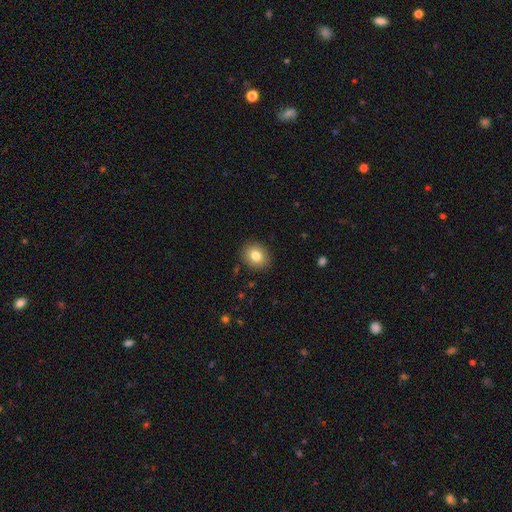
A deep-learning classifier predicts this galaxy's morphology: Overall: smooth (81%). How rounded: round (64%; in between 35%). Merging: none (89%).